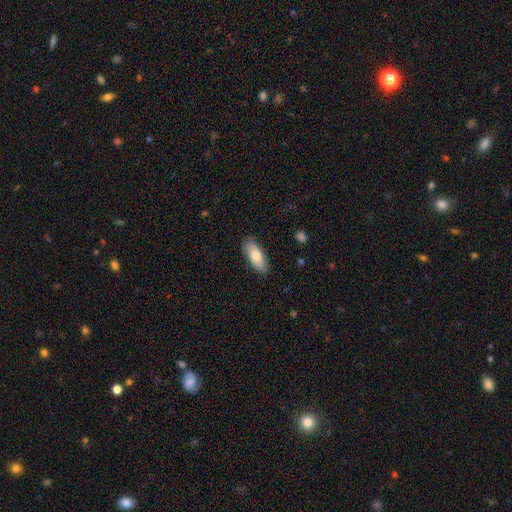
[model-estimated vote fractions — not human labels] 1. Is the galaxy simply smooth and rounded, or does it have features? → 79% smooth, 15% featured or disk, 6% star or artifact.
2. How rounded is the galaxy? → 77% in between, 21% cigar-shaped, 2% round.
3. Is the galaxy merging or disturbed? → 87% none, 10% minor disturbance, 2% major disturbance, 1% merger.